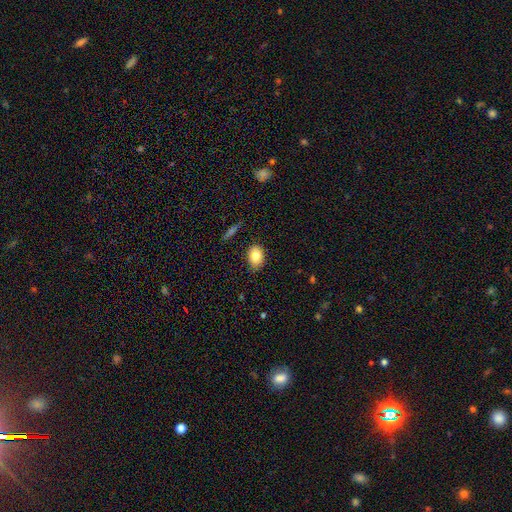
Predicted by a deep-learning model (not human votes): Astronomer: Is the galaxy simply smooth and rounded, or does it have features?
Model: smooth — 80%.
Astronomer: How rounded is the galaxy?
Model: in between — 73%.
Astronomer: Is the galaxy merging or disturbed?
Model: none — 82%.